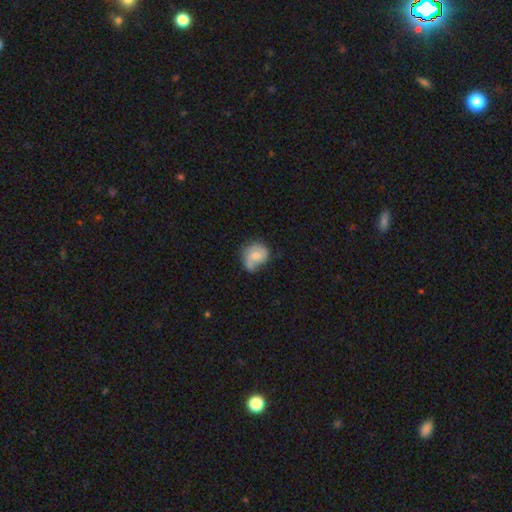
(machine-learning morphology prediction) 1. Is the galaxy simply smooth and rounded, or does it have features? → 53% smooth, 39% featured or disk, 8% star or artifact.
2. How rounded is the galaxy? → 69% round, 30% in between, 1% cigar-shaped.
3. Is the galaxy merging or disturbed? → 43% none, 31% minor disturbance, 13% major disturbance, 12% merger.